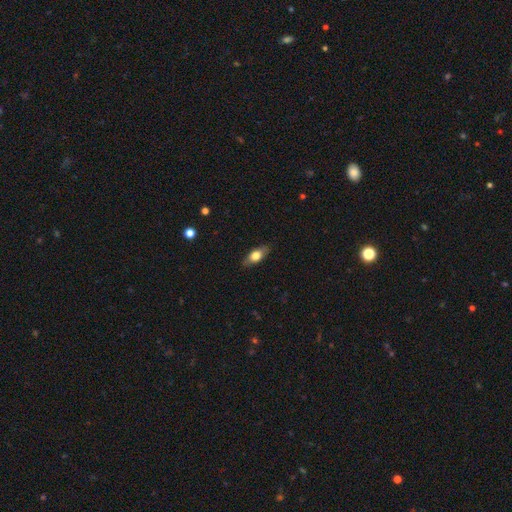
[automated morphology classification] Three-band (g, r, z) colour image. It shows a smooth galaxy with no disk features (65%) that is in between round and cigar-shaped (79%). Merging: none (84%).